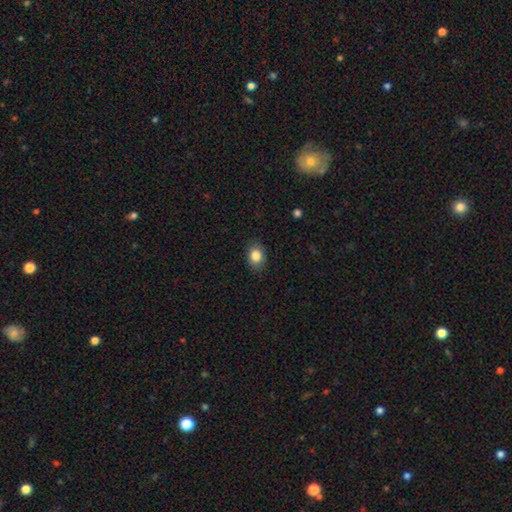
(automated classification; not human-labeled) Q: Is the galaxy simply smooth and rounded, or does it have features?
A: smooth — 85%.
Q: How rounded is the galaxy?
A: in between — 67%.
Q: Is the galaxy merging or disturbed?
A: none — 85%.